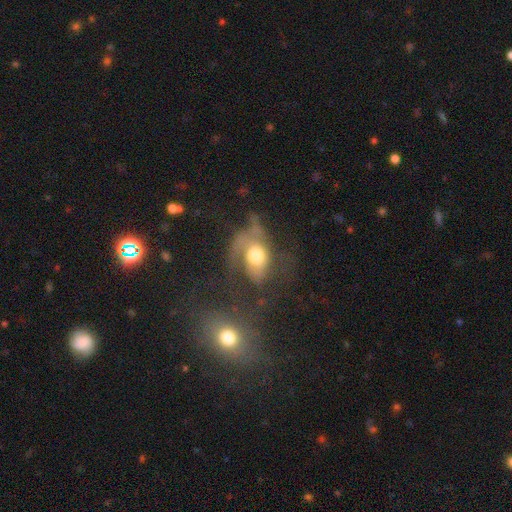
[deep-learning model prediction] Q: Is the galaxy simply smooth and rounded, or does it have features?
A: featured or disk — 49%.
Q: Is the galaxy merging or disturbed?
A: major disturbance — 47%.